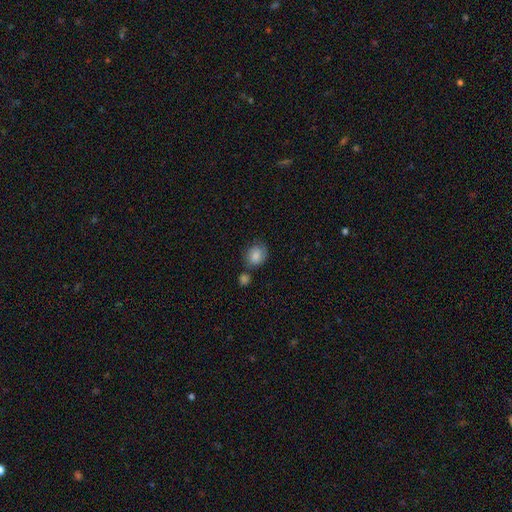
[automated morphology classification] A smooth galaxy with no disk features (80%) that is round (65%). Merging: none (59%).